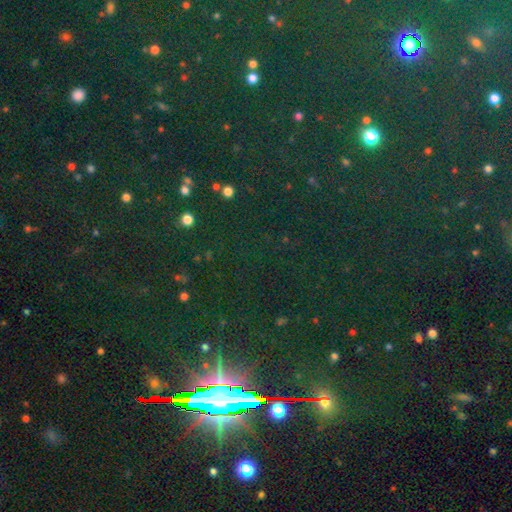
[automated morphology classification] Q: Smooth or featured?
A: star or artifact (78%); runner-up: smooth (14%)